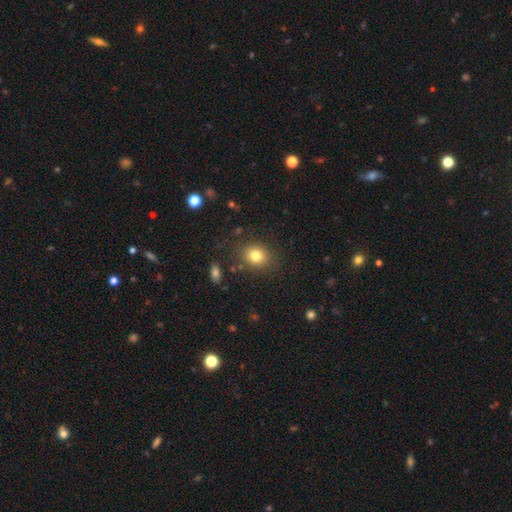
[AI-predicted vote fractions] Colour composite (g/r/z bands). It shows a smooth galaxy with no disk features (80%) that is round (64%). Merging: none (83%).